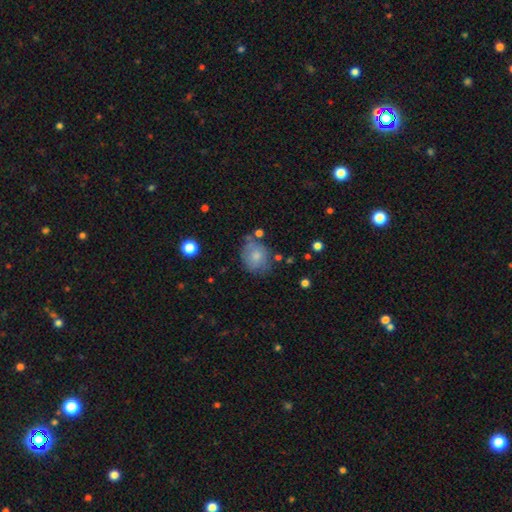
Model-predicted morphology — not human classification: smooth_or_featured: smooth (p=0.74) [alt: featured or disk p=0.18]
how_rounded: round (p=0.58) [alt: in between p=0.41]
merging: none (p=0.59) [alt: minor disturbance p=0.25]